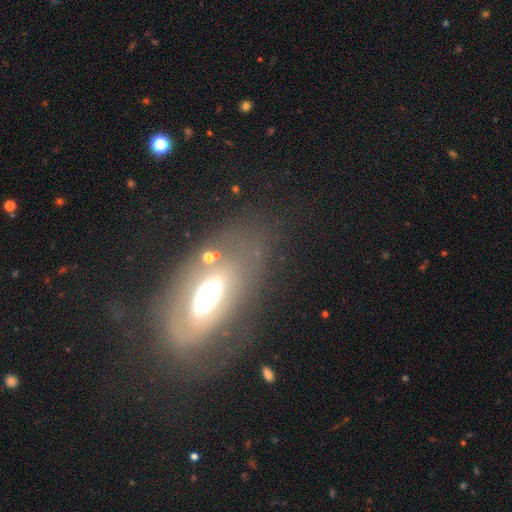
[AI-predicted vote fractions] smooth_or_featured: featured or disk (p=0.67) [alt: smooth p=0.24]
disk_edge_on: no (p=0.85) [alt: yes p=0.15]
bar: no (p=0.62) [alt: weak p=0.25]
has_spiral_arms: no (p=0.57) [alt: yes p=0.43]
bulge_size: moderate (p=0.51) [alt: large p=0.35]
merging: none (p=0.66) [alt: minor disturbance p=0.18]